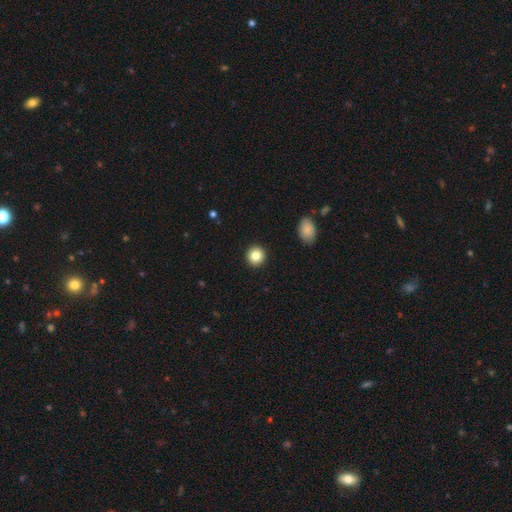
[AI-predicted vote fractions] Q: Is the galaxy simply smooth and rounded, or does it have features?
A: smooth — 85%.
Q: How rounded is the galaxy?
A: round — 92%.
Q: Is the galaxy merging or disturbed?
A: none — 93%.